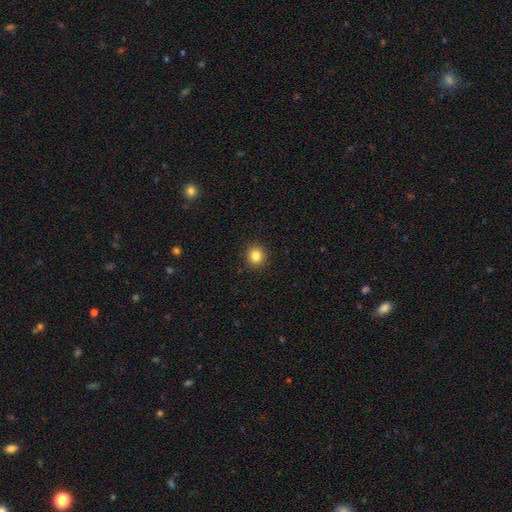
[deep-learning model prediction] The model was most divided on "smooth or featured": smooth: 85%, star or artifact: 11%, featured or disk: 5%. More confident: merging — none (91%); how rounded — round (89%).